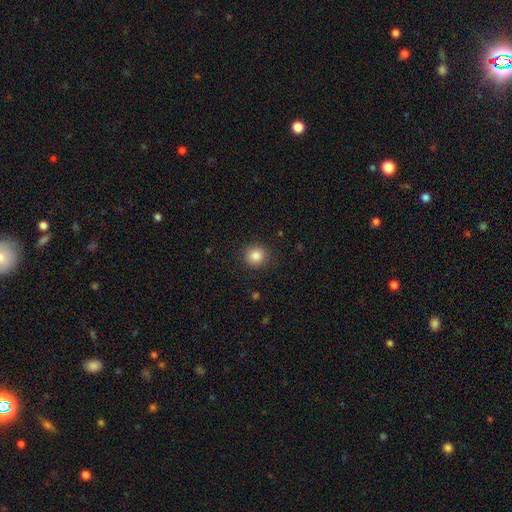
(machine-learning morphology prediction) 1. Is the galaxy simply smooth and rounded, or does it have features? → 85% smooth, 11% star or artifact, 5% featured or disk.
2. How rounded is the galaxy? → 90% round, 9% in between, 1% cigar-shaped.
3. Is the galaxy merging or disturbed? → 89% none, 7% minor disturbance, 3% major disturbance, 1% merger.